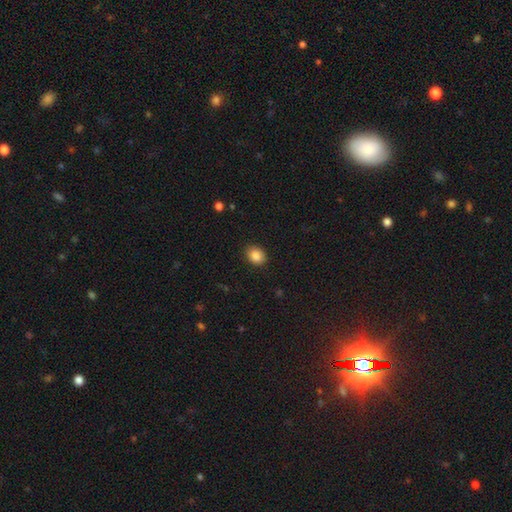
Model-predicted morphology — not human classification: The model was most divided on "how rounded": in between: 52%, round: 47%, cigar-shaped: 1%. More confident: merging — none (89%); smooth or featured — smooth (88%).